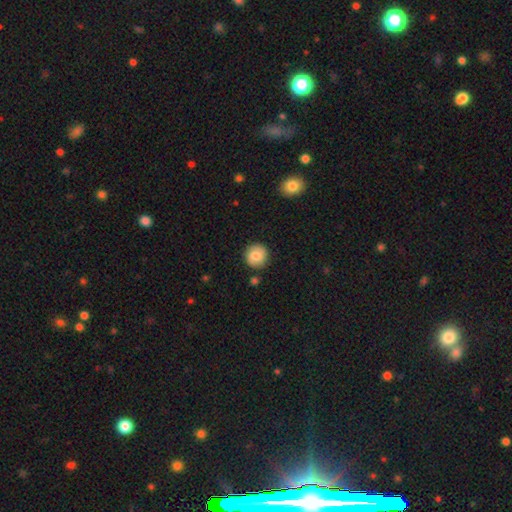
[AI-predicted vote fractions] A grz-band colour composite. It shows a smooth galaxy with no disk features (68%) that is round (90%). Merging: none (85%).